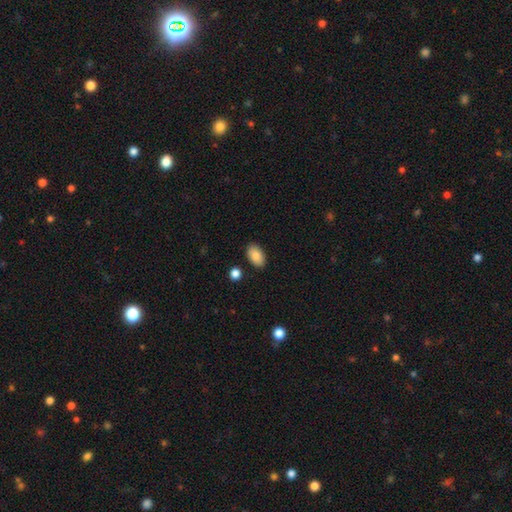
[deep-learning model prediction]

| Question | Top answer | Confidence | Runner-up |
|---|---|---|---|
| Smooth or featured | smooth | 87% | star or artifact (7%) |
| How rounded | in between | 92% | round (6%) |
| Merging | none | 86% | minor disturbance (9%) |